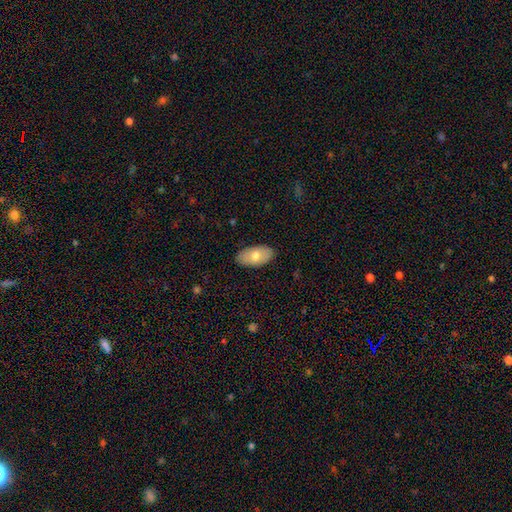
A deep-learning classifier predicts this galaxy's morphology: Overall: smooth (72%). How rounded: in between (94%). Merging: none (87%).